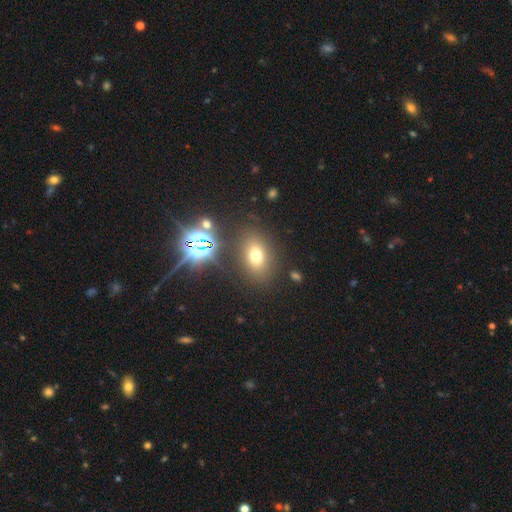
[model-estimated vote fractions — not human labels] This is likely a smooth galaxy (64%). How rounded: likely in between (70%). Merging: clearly none (83%).